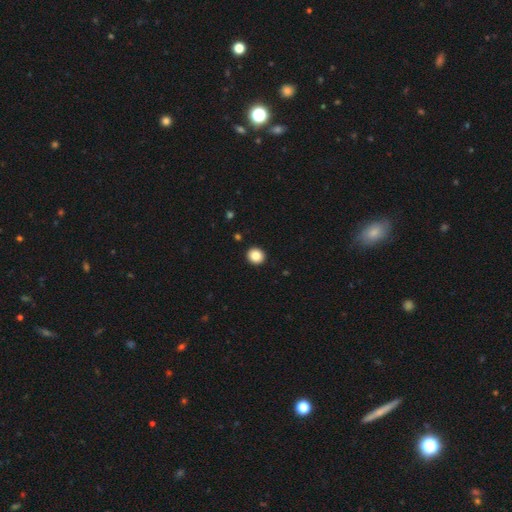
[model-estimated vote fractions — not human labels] smooth_or_featured: smooth (p=0.85) [alt: star or artifact p=0.10]
how_rounded: round (p=0.89) [alt: in between p=0.10]
merging: none (p=0.93) [alt: minor disturbance p=0.04]